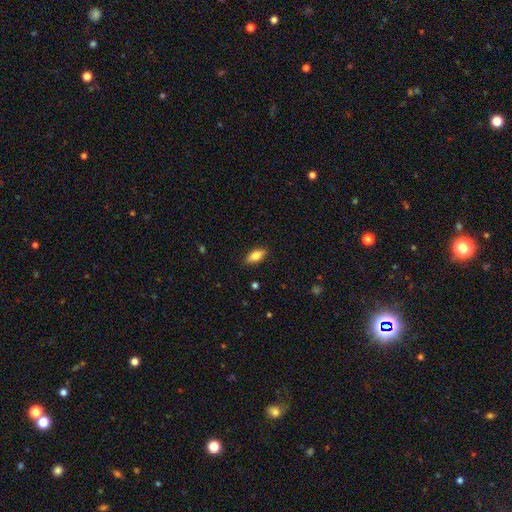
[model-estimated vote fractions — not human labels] Smooth or featured? smooth (75%)
How rounded? in between (83%)
Merging? none (86%)